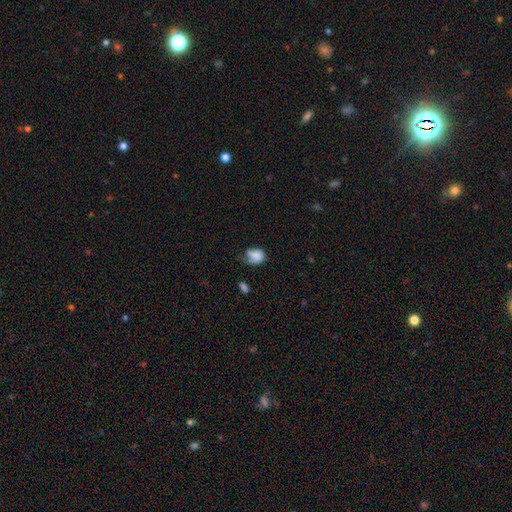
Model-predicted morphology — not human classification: type=smooth (67%); roundness=in between (71%); merging=minor disturbance (33%).